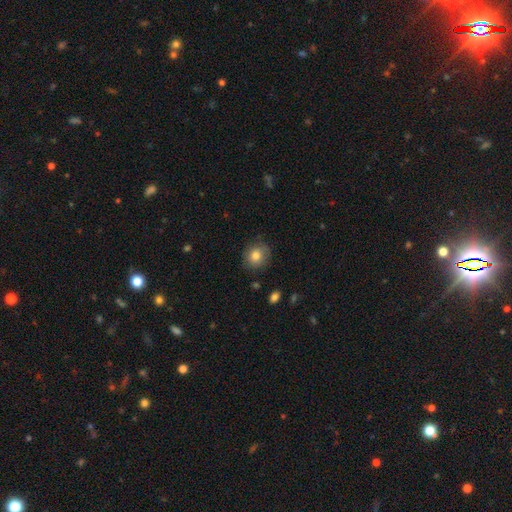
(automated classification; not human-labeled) Morphology: type=smooth (80%); roundness=round (80%); merging=none (84%).